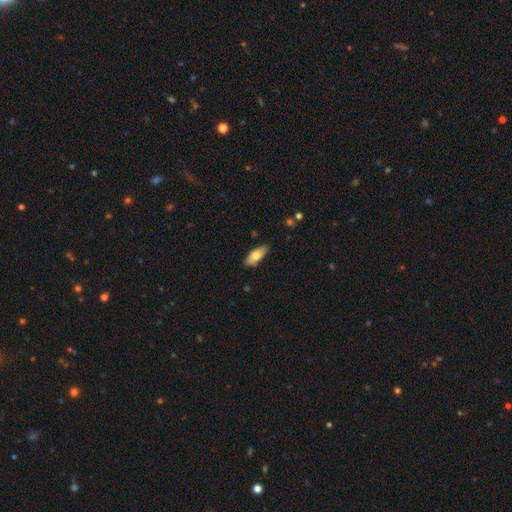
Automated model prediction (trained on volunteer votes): This appears to be a smooth galaxy with no disk features (72%) that is in between round and cigar-shaped (75%). Merging: none (82%).